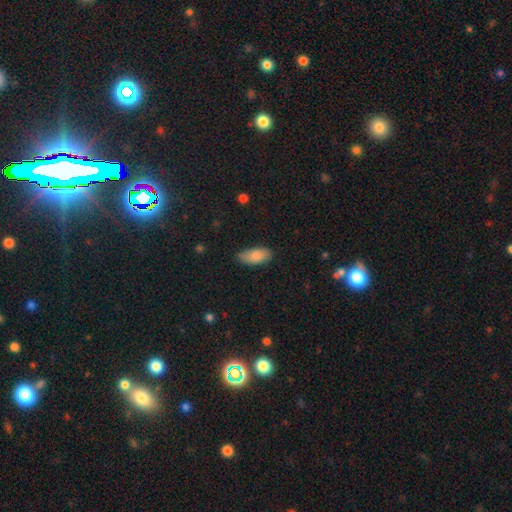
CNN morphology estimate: A smooth galaxy with no disk features (87%) that is in between round and cigar-shaped (90%).

Vote fractions:
- Smooth or featured? smooth: 87% / featured or disk: 7% / star or artifact: 6%
- How rounded? in between: 90% / cigar-shaped: 8% / round: 2%
- Merging? none: 78% / minor disturbance: 17% / major disturbance: 3% / merger: 1%